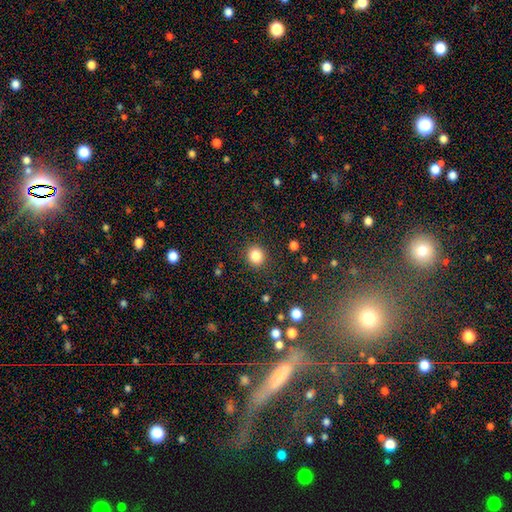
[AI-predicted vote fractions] Smooth or featured?
  - smooth: 84% *
  - star or artifact: 12%
  - featured or disk: 5%
How rounded?
  - round: 88% *
  - in between: 11%
  - cigar-shaped: 1%
Merging?
  - none: 89% *
  - minor disturbance: 7%
  - major disturbance: 3%
  - merger: 1%